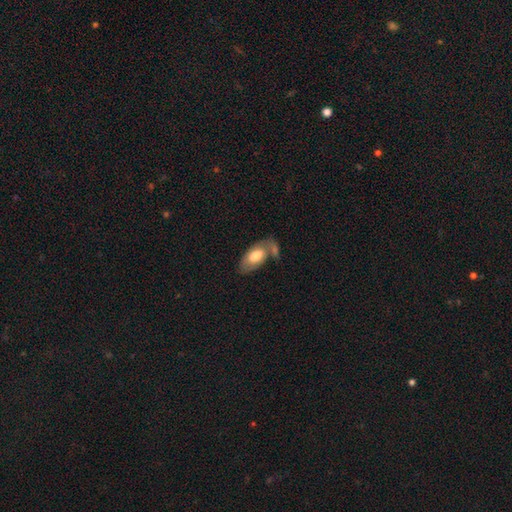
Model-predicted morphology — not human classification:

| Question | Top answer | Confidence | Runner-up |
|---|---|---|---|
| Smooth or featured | smooth | 66% | featured or disk (28%) |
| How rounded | in between | 93% | cigar-shaped (4%) |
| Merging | none | 41% | merger (28%) |